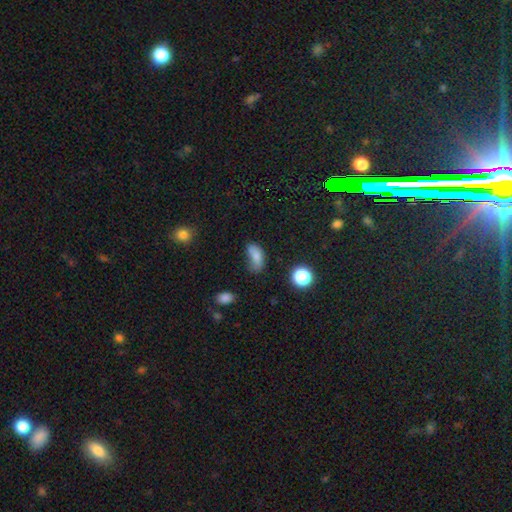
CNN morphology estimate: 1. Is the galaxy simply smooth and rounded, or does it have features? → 75% smooth, 13% star or artifact, 11% featured or disk.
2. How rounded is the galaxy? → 87% in between, 8% round, 5% cigar-shaped.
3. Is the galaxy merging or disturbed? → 36% none, 35% minor disturbance, 23% major disturbance, 7% merger.